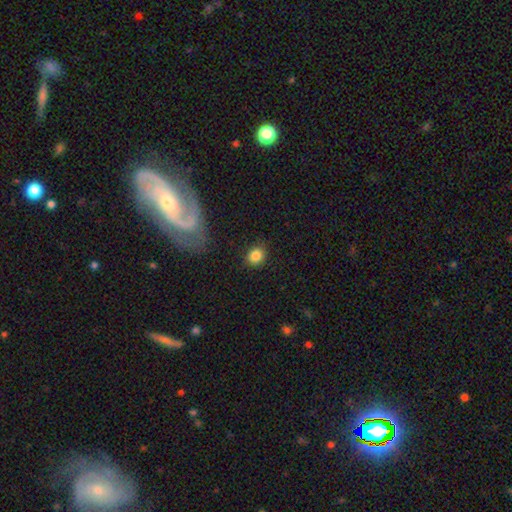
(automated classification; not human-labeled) Morphology: type=smooth (85%); roundness=round (66%); merging=none (85%).